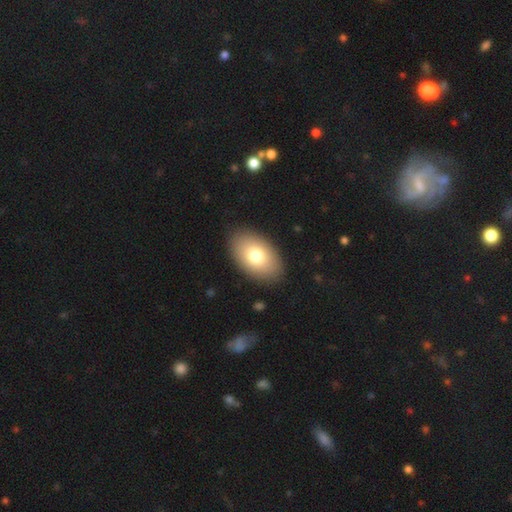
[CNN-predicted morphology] Q: Smooth or featured?
A: smooth (77%); runner-up: featured or disk (16%)
Q: How rounded?
A: in between (92%); runner-up: round (7%)
Q: Merging?
A: none (88%); runner-up: minor disturbance (8%)